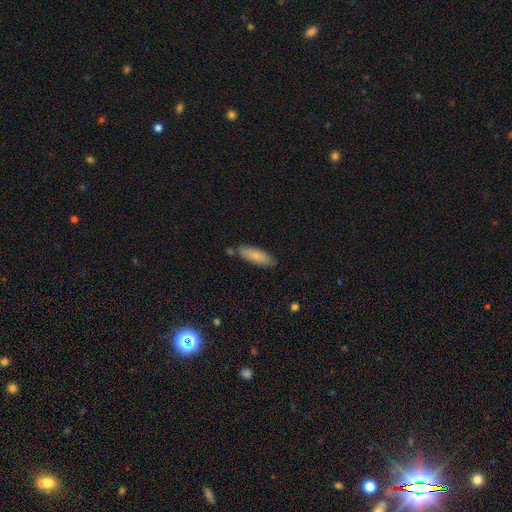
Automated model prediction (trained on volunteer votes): The model was most divided on "how rounded": in between: 53%, cigar-shaped: 45%, round: 2%. More confident: smooth or featured — smooth (80%); merging — none (78%).